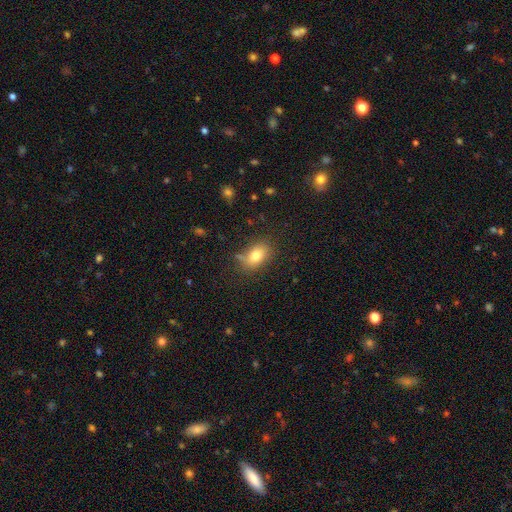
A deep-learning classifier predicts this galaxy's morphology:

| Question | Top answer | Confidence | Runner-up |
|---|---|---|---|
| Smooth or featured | smooth | 78% | featured or disk (12%) |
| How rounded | in between | 82% | round (16%) |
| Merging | none | 74% | minor disturbance (18%) |